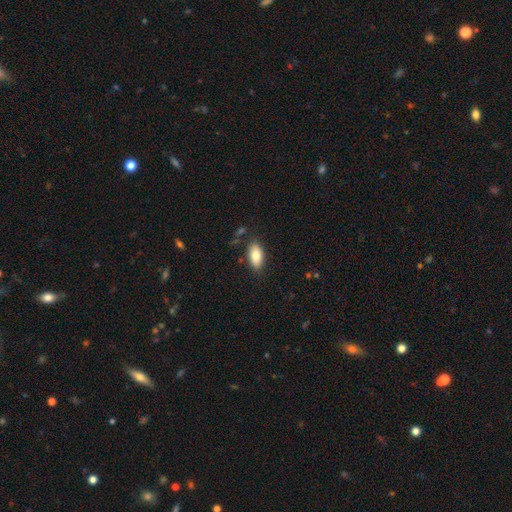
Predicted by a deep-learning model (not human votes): A smooth galaxy with no disk features (82%) that is in between round and cigar-shaped (90%).

Vote fractions:
- Smooth or featured? smooth: 82% / featured or disk: 11% / star or artifact: 7%
- How rounded? in between: 90% / cigar-shaped: 7% / round: 3%
- Merging? none: 83% / minor disturbance: 12% / major disturbance: 3% / merger: 3%